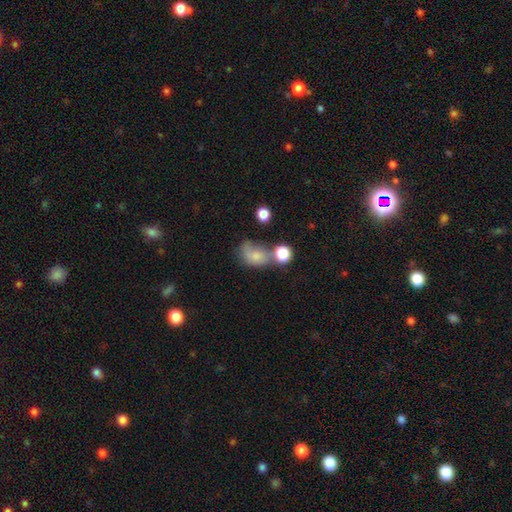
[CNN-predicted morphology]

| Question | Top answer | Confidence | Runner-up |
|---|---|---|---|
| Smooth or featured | smooth | 69% | featured or disk (19%) |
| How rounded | in between | 65% | round (33%) |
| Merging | merger | 28% | tied: none (28%) |